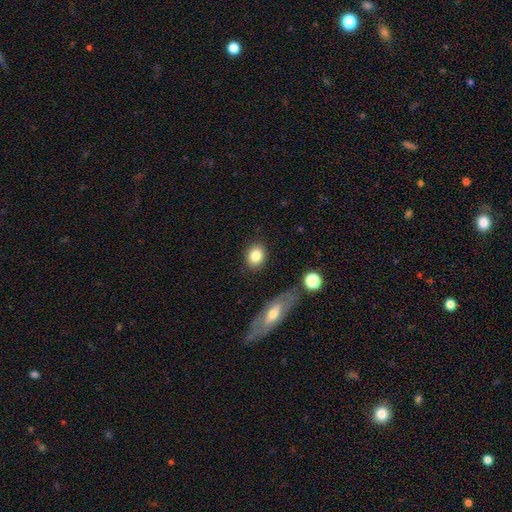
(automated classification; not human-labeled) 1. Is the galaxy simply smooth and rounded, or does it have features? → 83% smooth, 8% star or artifact, 8% featured or disk.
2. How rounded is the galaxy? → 51% round, 48% in between, 2% cigar-shaped.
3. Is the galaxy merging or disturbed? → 85% none, 9% minor disturbance, 3% merger, 3% major disturbance.